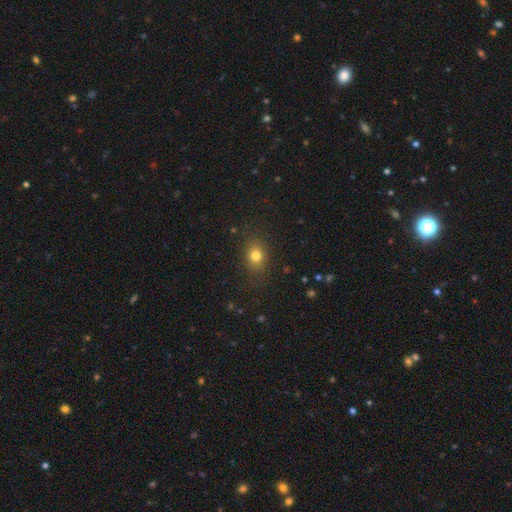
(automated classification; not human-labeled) Q: Smooth or featured?
A: smooth (78%); runner-up: star or artifact (13%)
Q: How rounded?
A: in between (54%); runner-up: round (44%)
Q: Merging?
A: none (84%); runner-up: minor disturbance (11%)